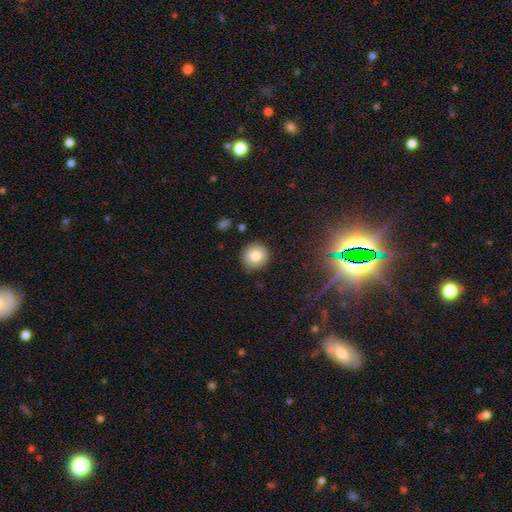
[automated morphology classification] Smooth or featured? smooth (80%)
How rounded? round (93%)
Merging? none (88%)